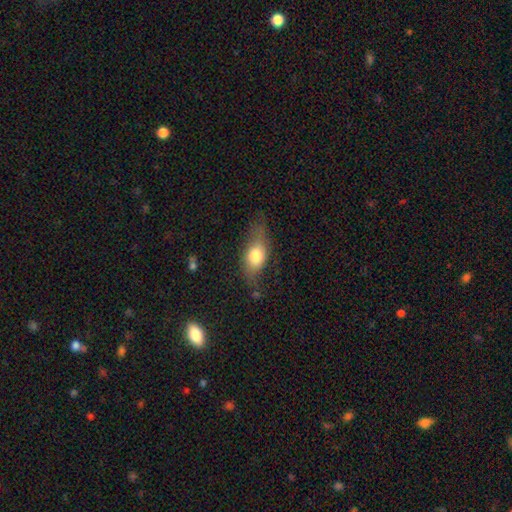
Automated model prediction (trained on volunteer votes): A smooth galaxy with no disk features (66%) that is in between round and cigar-shaped (79%). Merging: none (58%).